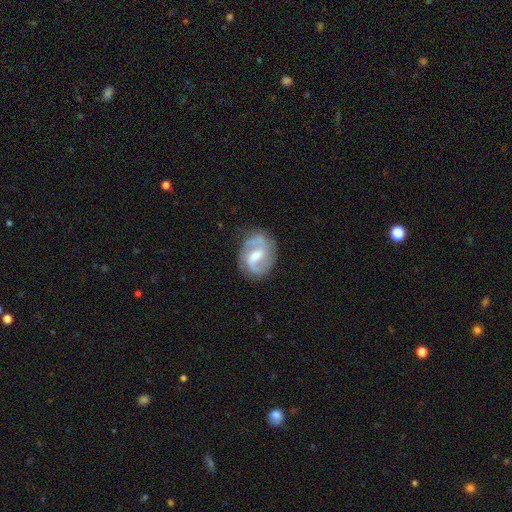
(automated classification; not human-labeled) Overall: featured or disk (84%). Edge-on disk: no (98%). Bar: weak (56%; strong 25%). Spiral arms: yes (95%). Spiral arm count: 2 (88%). Spiral winding: medium (47%; loose 39%). Bulge size: moderate (56%; small 31%). Merging: none (74%).